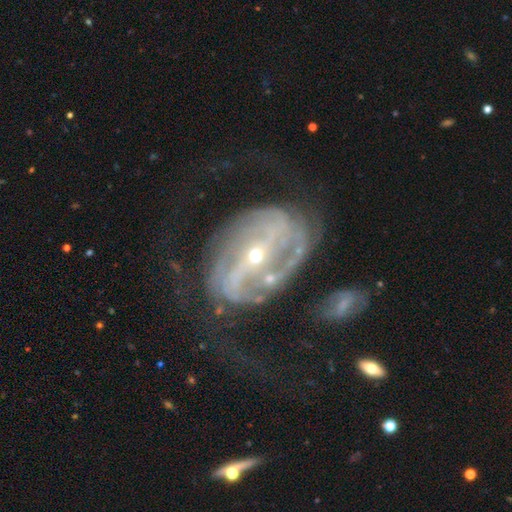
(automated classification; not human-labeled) Q: Smooth or featured?
A: featured or disk (89%); runner-up: star or artifact (6%)
Q: Edge-on disk?
A: no (96%); runner-up: yes (4%)
Q: Bar?
A: strong (60%); runner-up: weak (25%)
Q: Spiral arms?
A: yes (91%); runner-up: no (9%)
Q: Spiral winding?
A: medium (42%); runner-up: tight (35%)
Q: Spiral arm count?
A: 2 (65%); runner-up: can't tell (16%)
Q: Bulge size?
A: small (74%); runner-up: moderate (22%)
Q: Merging?
A: none (49%); runner-up: major disturbance (28%)